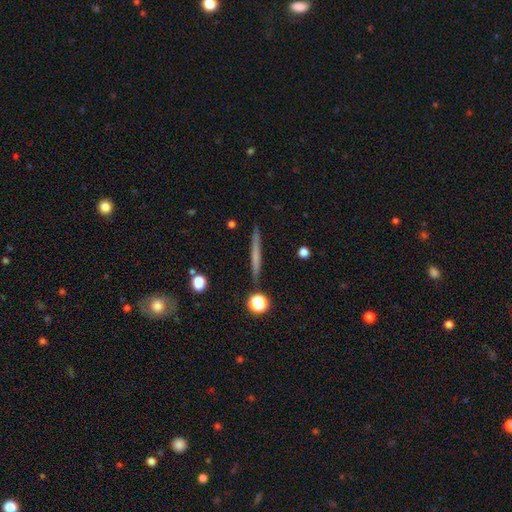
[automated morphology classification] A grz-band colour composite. It shows a smooth galaxy with no disk features (50%). Merging: none (90%).